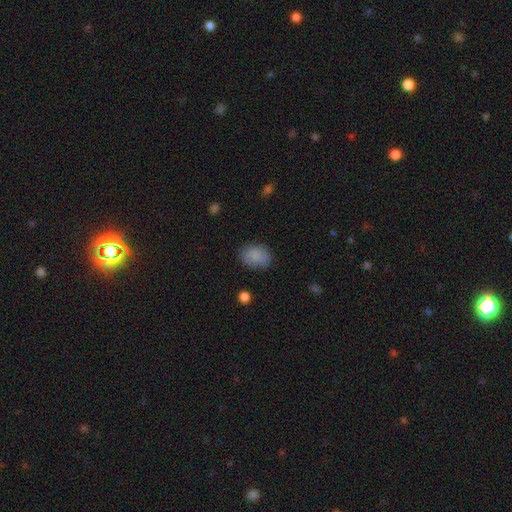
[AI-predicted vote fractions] Smooth or featured? smooth (87%)
How rounded? in between (72%)
Merging? none (82%)